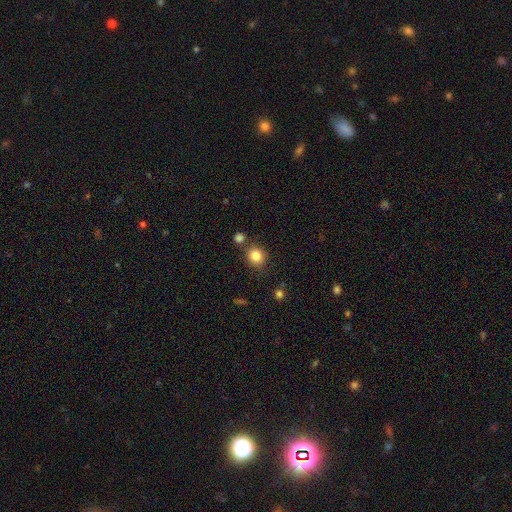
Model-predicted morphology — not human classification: The model was most divided on "how rounded": round: 81%, in between: 18%, cigar-shaped: 1%. More confident: smooth or featured — smooth (83%); merging — none (78%).